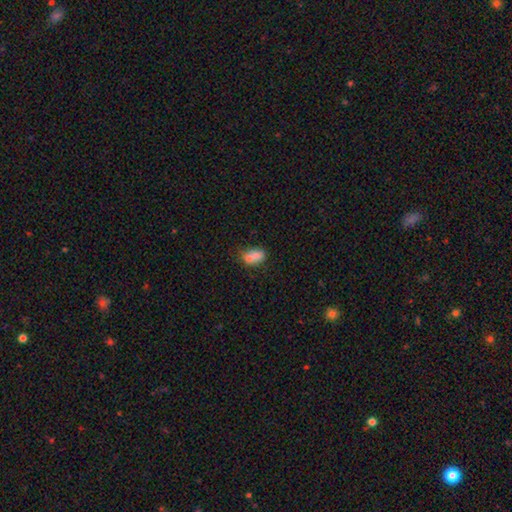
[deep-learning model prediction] Morphology: type=smooth (74%); roundness=in between (80%); merging=none (40%).